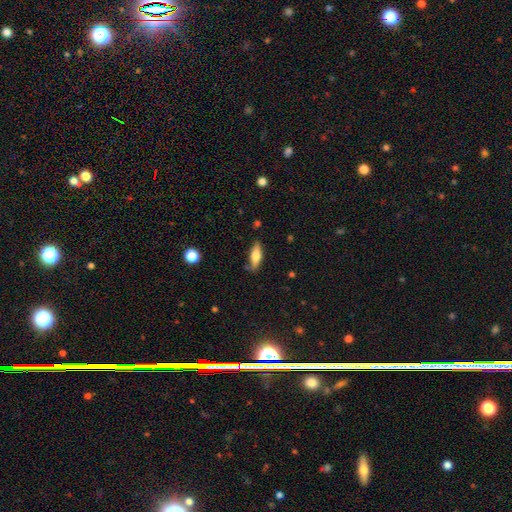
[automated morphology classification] A smooth galaxy with no disk features (62%) that is in between round and cigar-shaped (59%).

Vote fractions:
- Smooth or featured? smooth: 62% / featured or disk: 31% / star or artifact: 7%
- How rounded? in between: 59% / cigar-shaped: 39% / round: 3%
- Merging? none: 79% / minor disturbance: 15% / major disturbance: 3% / merger: 2%